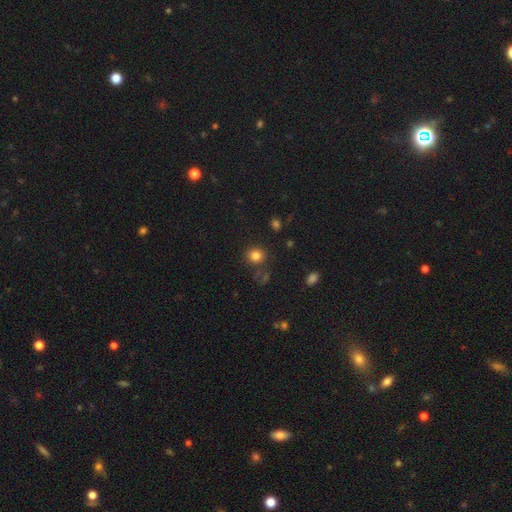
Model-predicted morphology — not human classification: This is clearly a smooth galaxy (82%). How rounded: clearly round (87%). Merging: clearly none (82%).